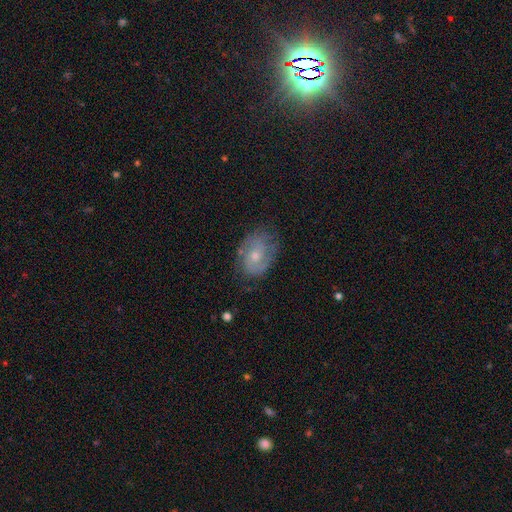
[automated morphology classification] This appears to be a featured or disk galaxy (61%) with no bar (71%), spiral arms (80%) and a moderate central bulge (50%). Merging: none (68%).